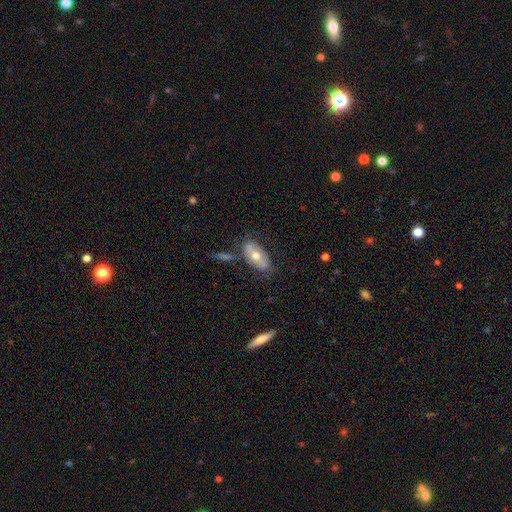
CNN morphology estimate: Smooth or featured?
  - smooth: 59% *
  - featured or disk: 34%
  - star or artifact: 7%
How rounded?
  - in between: 91% *
  - cigar-shaped: 5%
  - round: 4%
Merging?
  - none: 68% *
  - minor disturbance: 18%
  - merger: 8%
  - major disturbance: 6%